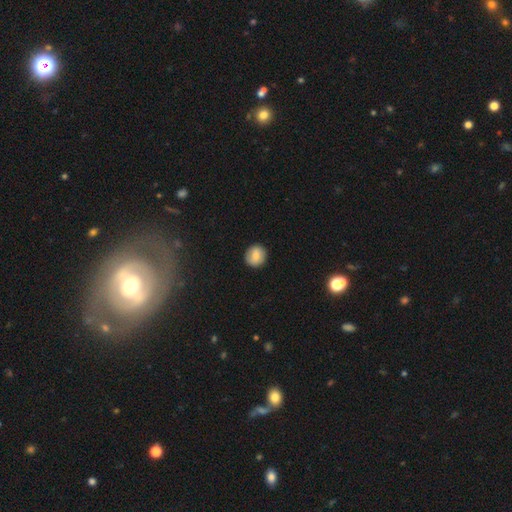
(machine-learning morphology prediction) Smooth or featured: smooth — 80% (featured or disk — 12%)
How rounded: round — 88% (in between — 11%)
Merging: none — 90% (minor disturbance — 7%)